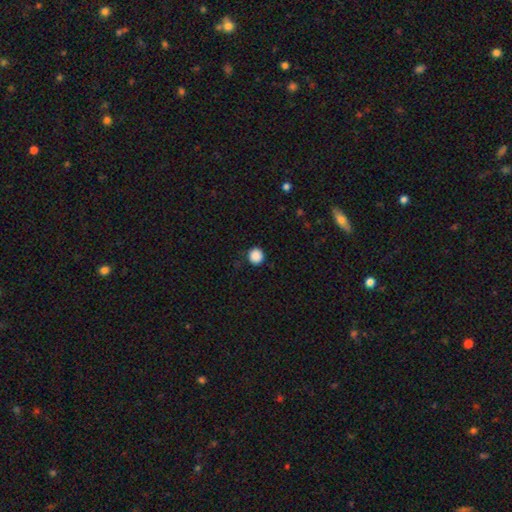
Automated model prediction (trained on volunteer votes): smooth_or_featured: smooth (p=0.88) [alt: star or artifact p=0.09]
how_rounded: round (p=0.91) [alt: in between p=0.08]
merging: none (p=0.88) [alt: minor disturbance p=0.09]